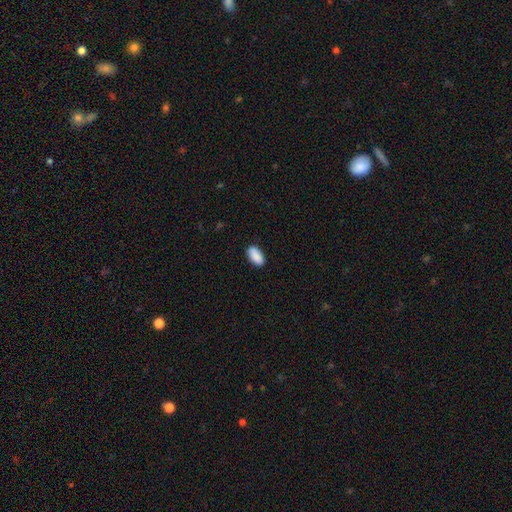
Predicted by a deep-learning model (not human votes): Smooth or featured?
  - smooth: 90% *
  - star or artifact: 7%
  - featured or disk: 3%
How rounded?
  - in between: 93% *
  - cigar-shaped: 5%
  - round: 2%
Merging?
  - none: 87% *
  - minor disturbance: 10%
  - major disturbance: 2%
  - merger: 1%